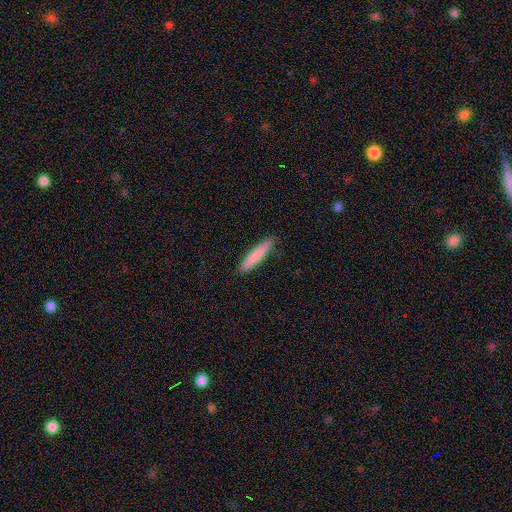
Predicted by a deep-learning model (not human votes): Smooth or featured: smooth — 82% (featured or disk — 12%)
How rounded: cigar-shaped — 92% (in between — 6%)
Merging: none — 90% (minor disturbance — 7%)